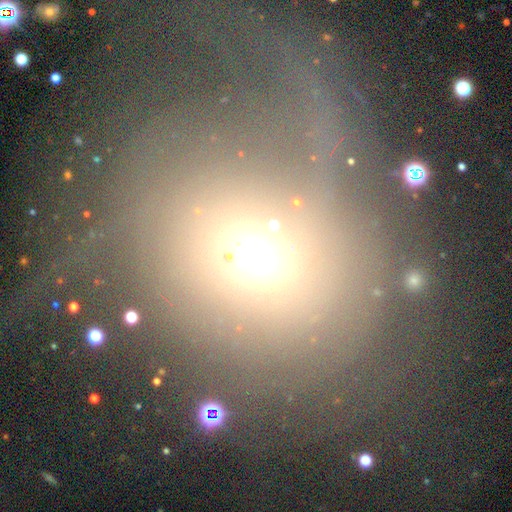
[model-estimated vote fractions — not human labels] A smooth galaxy with no disk features (54%) that is round (66%).

Vote fractions:
- Smooth or featured? smooth: 54% / star or artifact: 24% / featured or disk: 22%
- How rounded? round: 66% / in between: 31% / cigar-shaped: 3%
- Merging? none: 46% / major disturbance: 24% / minor disturbance: 17% / merger: 13%